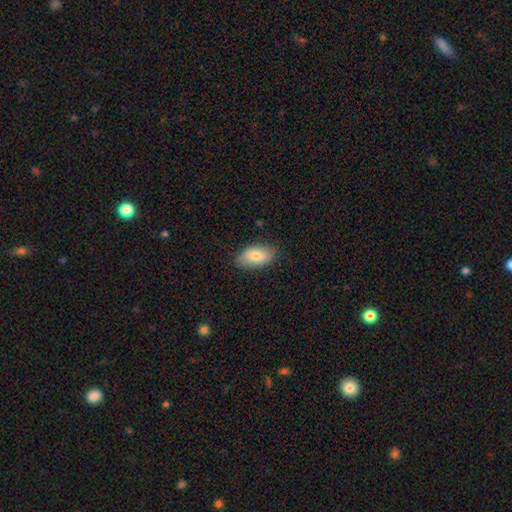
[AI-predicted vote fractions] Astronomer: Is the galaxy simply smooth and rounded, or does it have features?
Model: smooth — 78%.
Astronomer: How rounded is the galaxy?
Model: in between — 93%.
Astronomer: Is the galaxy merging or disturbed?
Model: none — 83%.